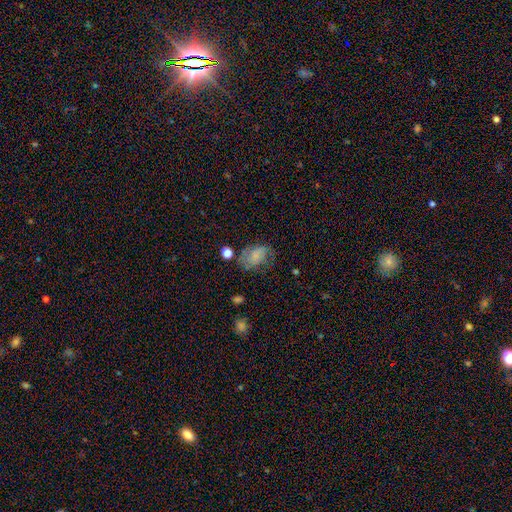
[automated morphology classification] This is possibly a smooth galaxy (58%). How rounded: likely in between (78%). Merging: possibly none (49%).